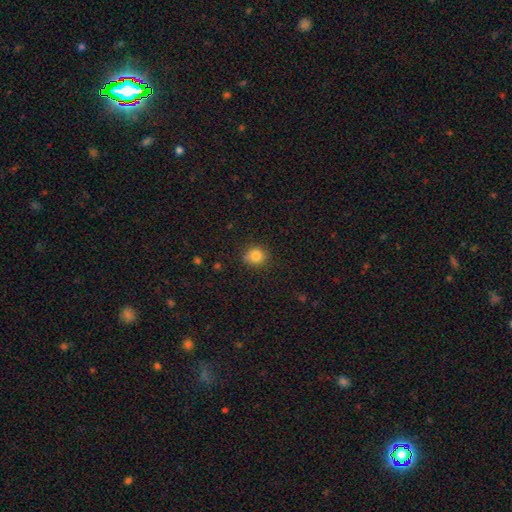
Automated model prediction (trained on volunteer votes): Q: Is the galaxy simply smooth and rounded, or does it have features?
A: smooth — 83%.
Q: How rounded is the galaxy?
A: round — 77%.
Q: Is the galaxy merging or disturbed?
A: none — 83%.